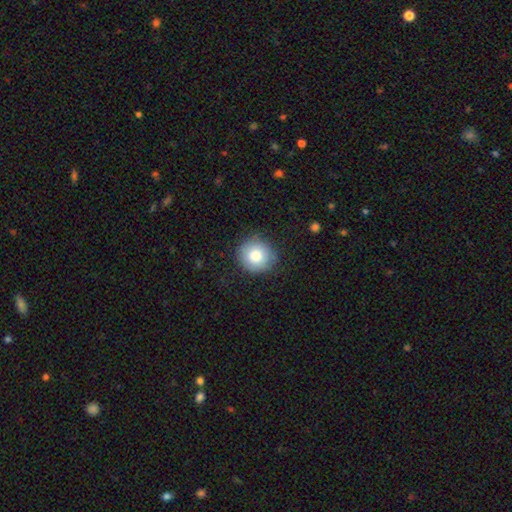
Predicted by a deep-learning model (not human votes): This is clearly a smooth galaxy (82%). How rounded: clearly round (91%). Merging: clearly none (83%).